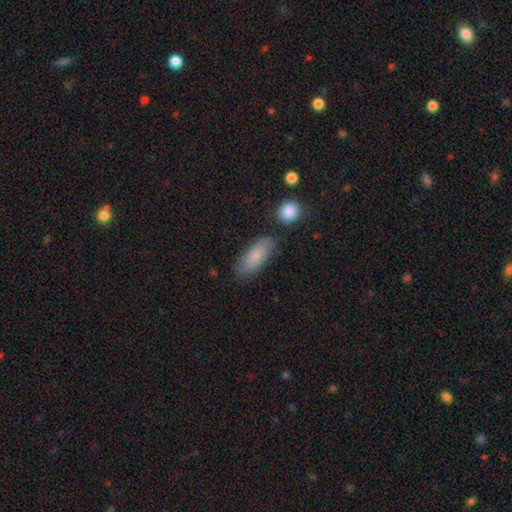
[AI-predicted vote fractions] Morphology: type=smooth (82%); roundness=in between (76%); merging=none (77%).